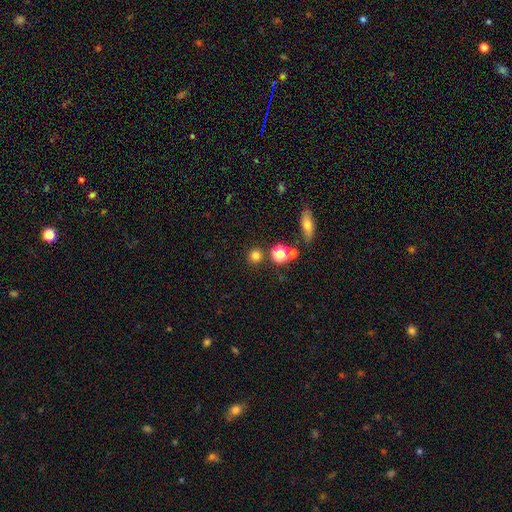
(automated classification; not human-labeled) This appears to be a smooth galaxy with no disk features (79%) that is round (92%). Merging: none (81%).